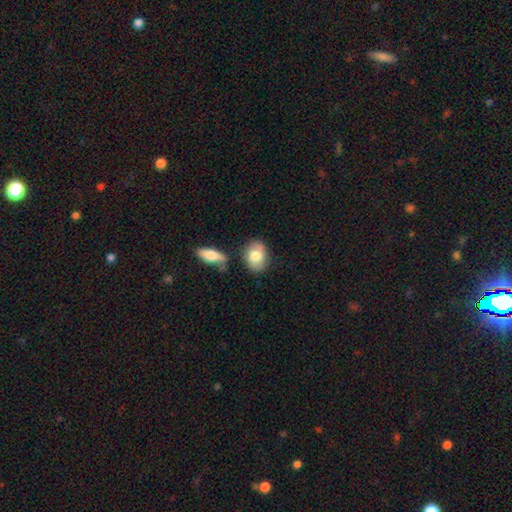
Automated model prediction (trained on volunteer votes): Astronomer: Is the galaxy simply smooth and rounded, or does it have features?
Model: smooth — 73%.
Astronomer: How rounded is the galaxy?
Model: in between — 69%.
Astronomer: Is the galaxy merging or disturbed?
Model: none — 64%.